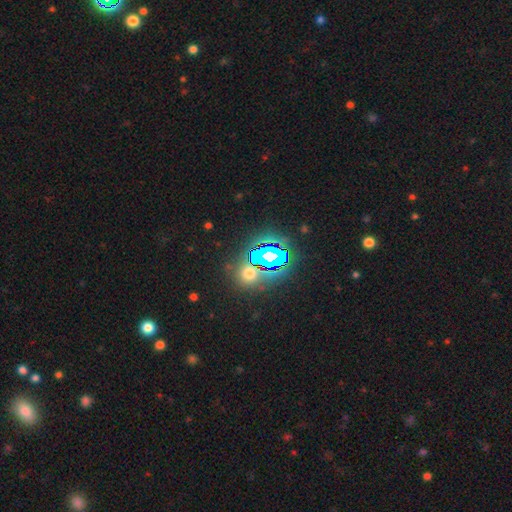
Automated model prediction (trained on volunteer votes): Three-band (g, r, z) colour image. It shows a star or artifact, not a galaxy (75%).